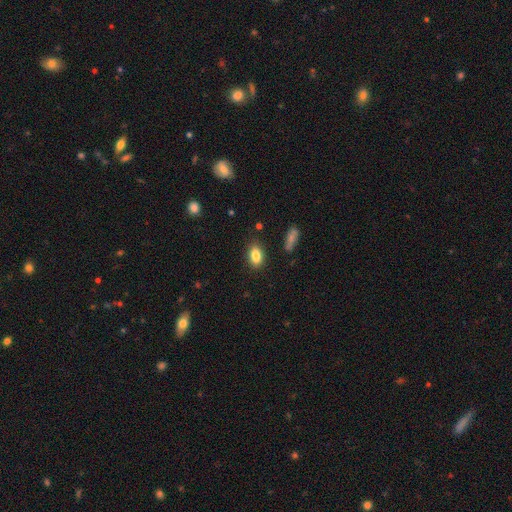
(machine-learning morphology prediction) The model was most divided on "merging": none: 84%, minor disturbance: 12%, major disturbance: 3%, merger: 2%. More confident: how rounded — in between (86%); smooth or featured — smooth (85%).